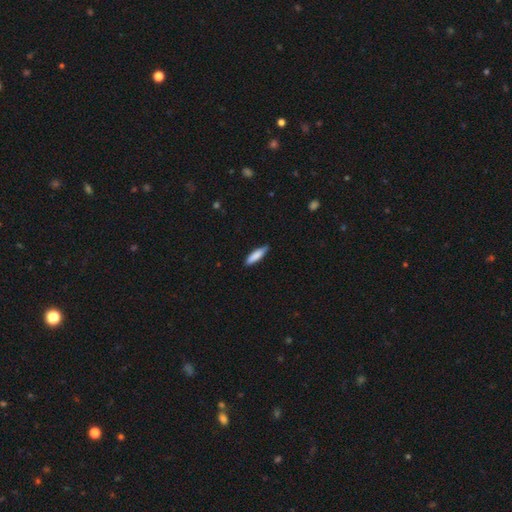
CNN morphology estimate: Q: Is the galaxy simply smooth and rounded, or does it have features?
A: smooth — 84%.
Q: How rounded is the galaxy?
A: cigar-shaped — 73%.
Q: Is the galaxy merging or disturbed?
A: none — 83%.